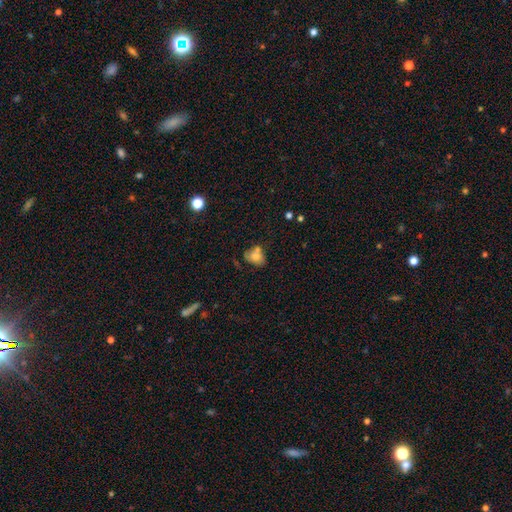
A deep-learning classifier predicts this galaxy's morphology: Smooth or featured: smooth — 70% (featured or disk — 19%)
How rounded: in between — 61% (round — 37%)
Merging: none — 38% (merger — 29%)